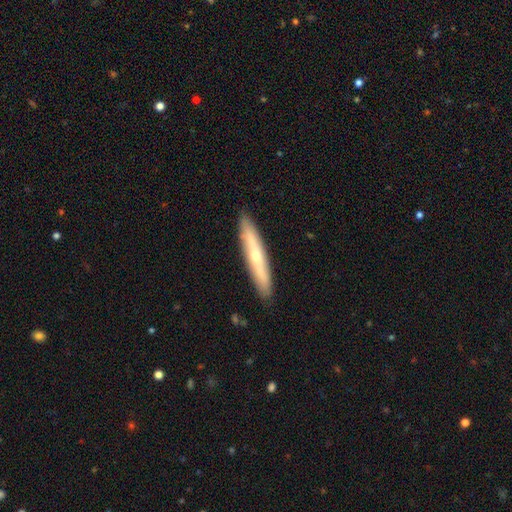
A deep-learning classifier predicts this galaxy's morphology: Smooth or featured?
  - featured or disk: 51% *
  - smooth: 44%
  - star or artifact: 6%
Edge-on disk?
  - yes: 82% *
  - no: 18%
Merging?
  - none: 90% *
  - minor disturbance: 8%
  - major disturbance: 1%
  - merger: 1%